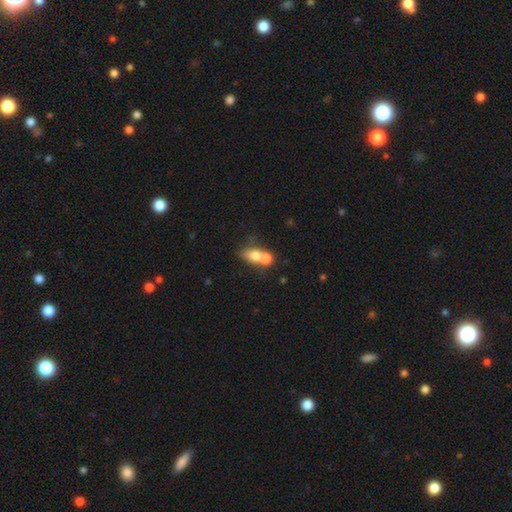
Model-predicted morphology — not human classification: smooth 70%, featured or disk 21%, star or artifact 9%. Down the decision tree: how rounded — in between (56%); merging — merger (68%).